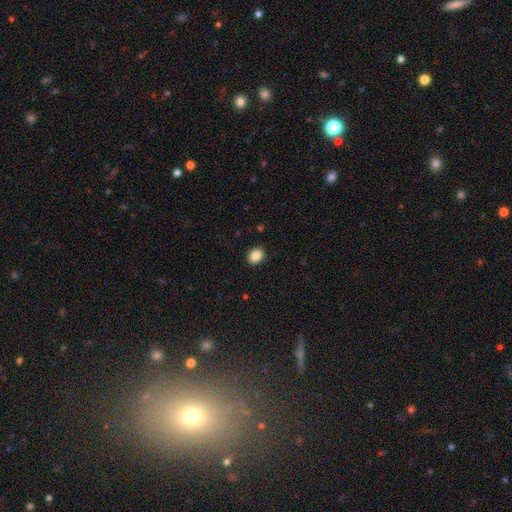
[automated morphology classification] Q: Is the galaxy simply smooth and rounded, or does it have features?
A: smooth — 87%.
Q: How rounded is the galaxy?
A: round — 55%.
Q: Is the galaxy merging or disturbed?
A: none — 91%.